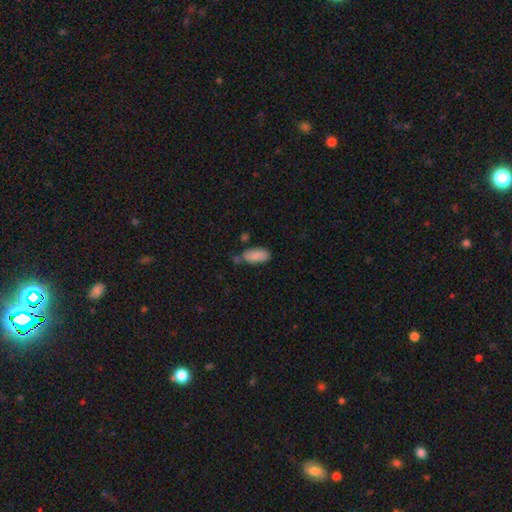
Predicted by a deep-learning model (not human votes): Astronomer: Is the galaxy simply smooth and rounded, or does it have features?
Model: smooth — 87%.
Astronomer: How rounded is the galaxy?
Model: in between — 87%.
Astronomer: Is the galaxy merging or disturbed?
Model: none — 57%.